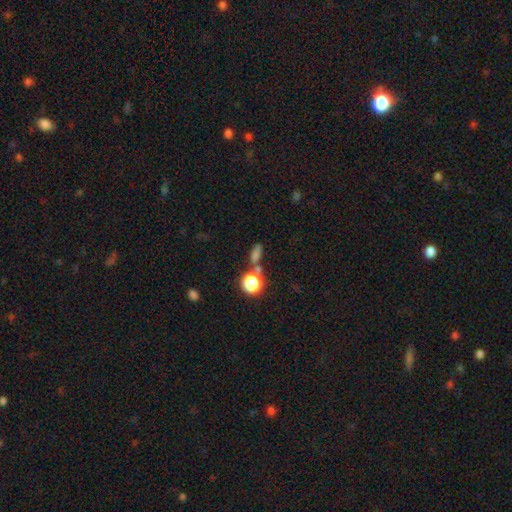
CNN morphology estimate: Q: Smooth or featured?
A: smooth (59%); runner-up: star or artifact (30%)
Q: How rounded?
A: in between (46%); runner-up: round (40%)
Q: Merging?
A: none (60%); runner-up: merger (22%)